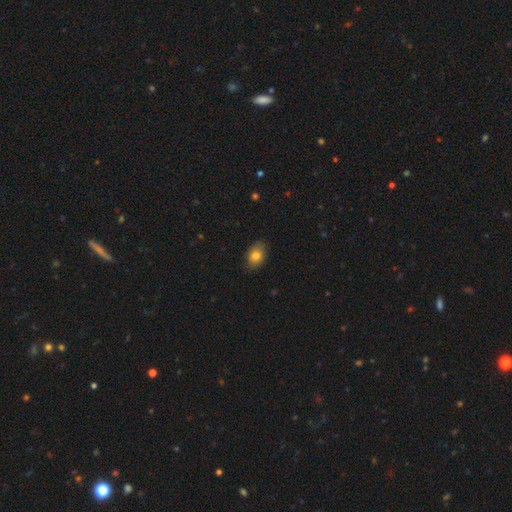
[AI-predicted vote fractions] The model was most divided on "how rounded": in between: 80%, round: 19%, cigar-shaped: 1%. More confident: merging — none (82%); smooth or featured — smooth (81%).